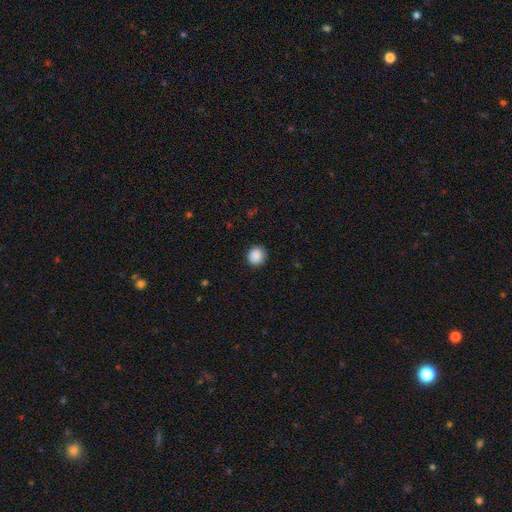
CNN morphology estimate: This is clearly a smooth galaxy (89%). How rounded: clearly round (88%). Merging: clearly none (90%).